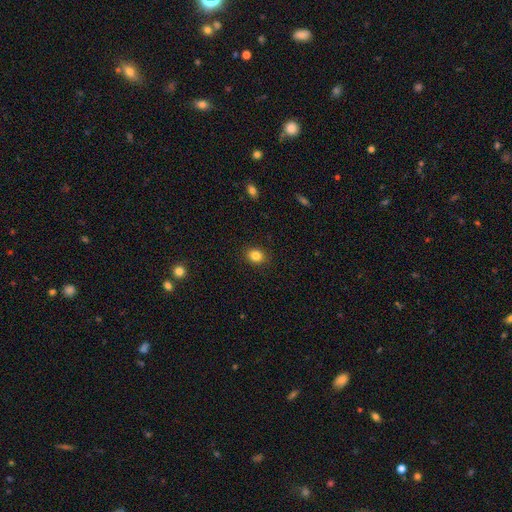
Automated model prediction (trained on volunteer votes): Smooth or featured?
  - smooth: 84% *
  - star or artifact: 11%
  - featured or disk: 5%
How rounded?
  - round: 61% *
  - in between: 38%
  - cigar-shaped: 1%
Merging?
  - none: 90% *
  - minor disturbance: 7%
  - major disturbance: 2%
  - merger: 1%